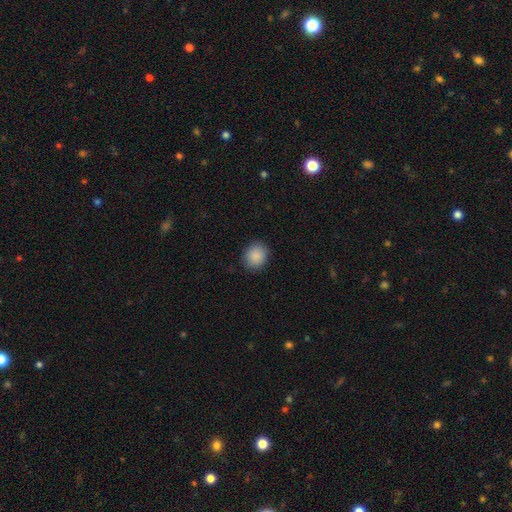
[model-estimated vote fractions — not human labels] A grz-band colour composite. It shows a smooth galaxy with no disk features (89%) that is round (71%). Merging: none (88%).